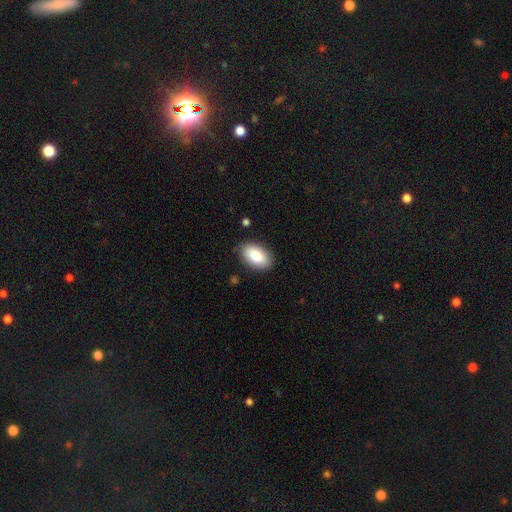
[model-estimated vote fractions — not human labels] Smooth or featured: smooth — 84% (featured or disk — 10%)
How rounded: in between — 93% (round — 6%)
Merging: none — 85% (minor disturbance — 12%)